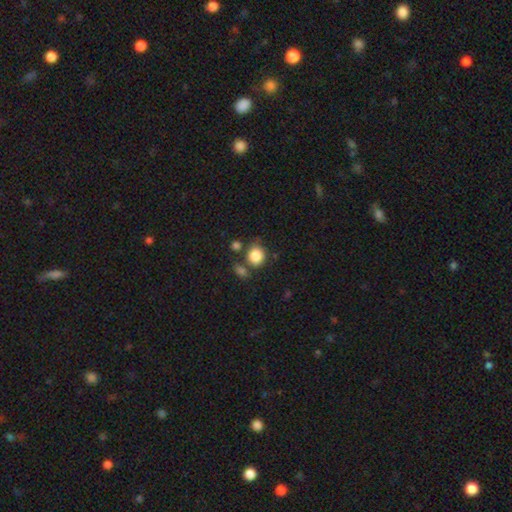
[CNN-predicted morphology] smooth_or_featured: smooth (p=0.86) [alt: star or artifact p=0.09]
how_rounded: round (p=0.76) [alt: in between p=0.23]
merging: none (p=0.66) [alt: merger p=0.15]